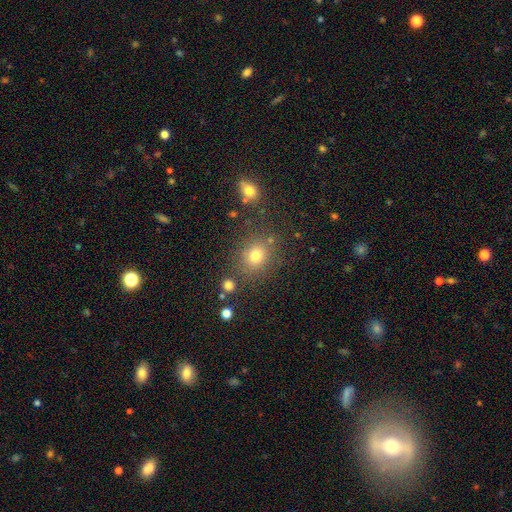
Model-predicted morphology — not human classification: smooth 75%, star or artifact 17%, featured or disk 8%. Down the decision tree: how rounded — round (73%); merging — none (78%).